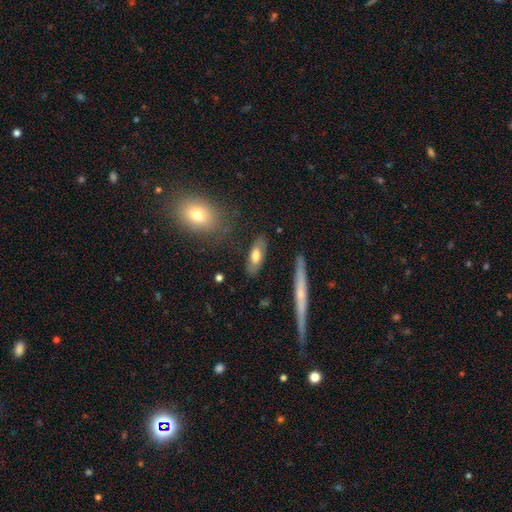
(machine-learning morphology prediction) A smooth galaxy with no disk features (63%) that is in between round and cigar-shaped (69%). Merging: none (79%).